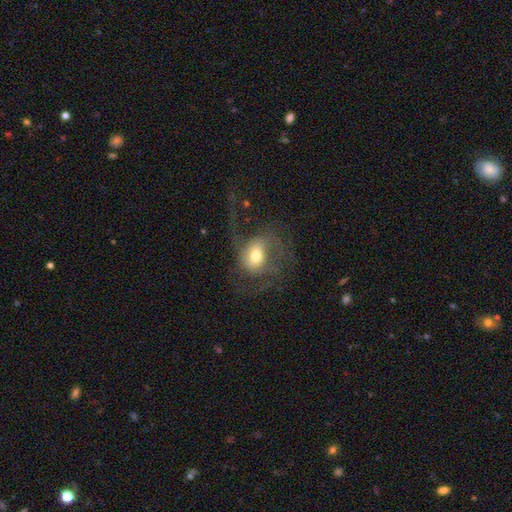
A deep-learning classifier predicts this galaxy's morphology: Smooth or featured? Predicted: smooth (p=0.48). Merging? Predicted: major disturbance (p=0.50).